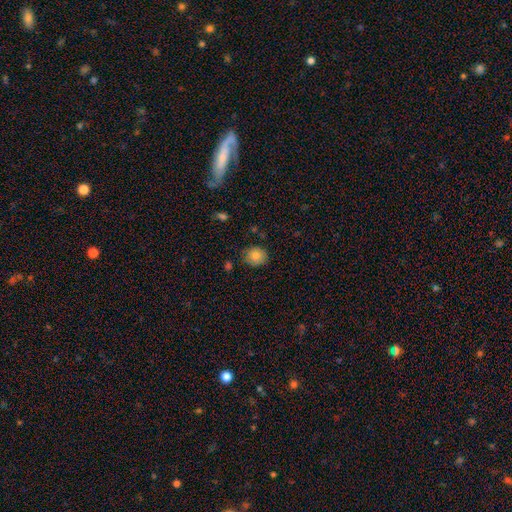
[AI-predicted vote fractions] Q: Smooth or featured?
A: smooth (83%); runner-up: star or artifact (9%)
Q: How rounded?
A: round (75%); runner-up: in between (24%)
Q: Merging?
A: none (77%); runner-up: minor disturbance (17%)